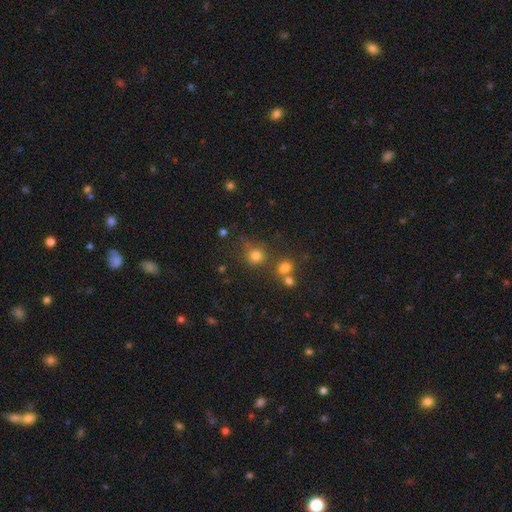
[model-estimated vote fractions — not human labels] Smooth or featured? Predicted: smooth (p=0.77). How rounded? Predicted: round (p=0.87). Merging? Predicted: none (p=0.63).